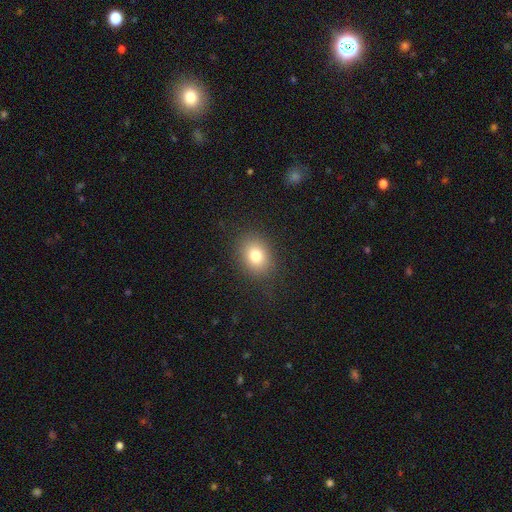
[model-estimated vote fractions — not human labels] Smooth or featured: smooth — 78% (star or artifact — 12%)
How rounded: in between — 54% (round — 45%)
Merging: none — 86% (minor disturbance — 10%)